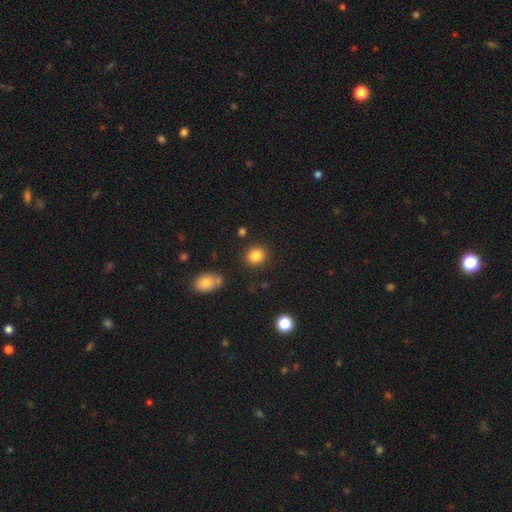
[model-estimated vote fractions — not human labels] Smooth or featured? Predicted: smooth (p=0.85). How rounded? Predicted: round (p=0.77). Merging? Predicted: none (p=0.87).